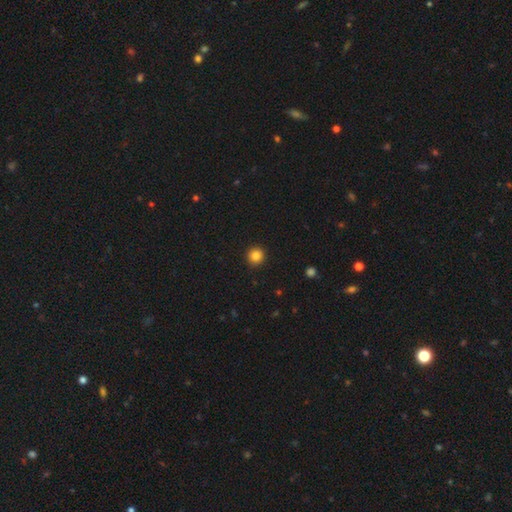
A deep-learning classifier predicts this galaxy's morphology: A smooth galaxy with no disk features (85%) that is round (94%).

Vote fractions:
- Smooth or featured? smooth: 85% / star or artifact: 11% / featured or disk: 4%
- How rounded? round: 94% / in between: 5% / cigar-shaped: 1%
- Merging? none: 92% / minor disturbance: 5% / major disturbance: 2% / merger: 1%